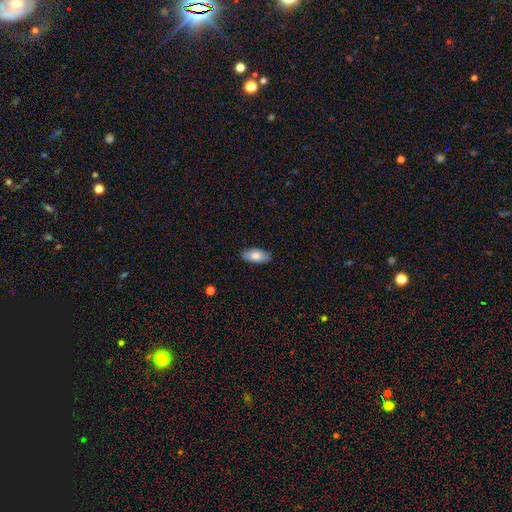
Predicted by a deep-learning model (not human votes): Smooth or featured? Predicted: smooth (p=0.78). How rounded? Predicted: in between (p=0.92). Merging? Predicted: none (p=0.88).